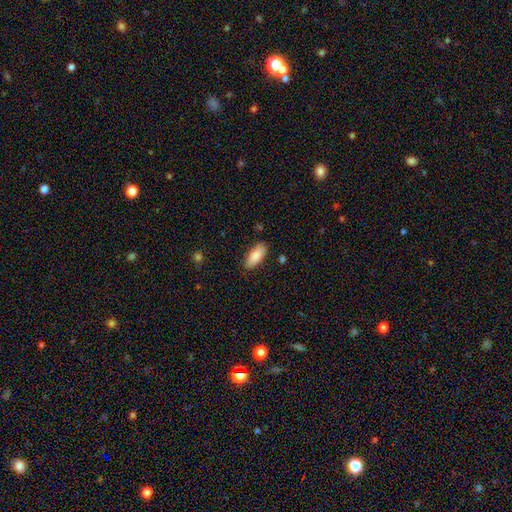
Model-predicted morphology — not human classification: A smooth galaxy with no disk features (87%) that is in between round and cigar-shaped (87%). Merging: none (82%).